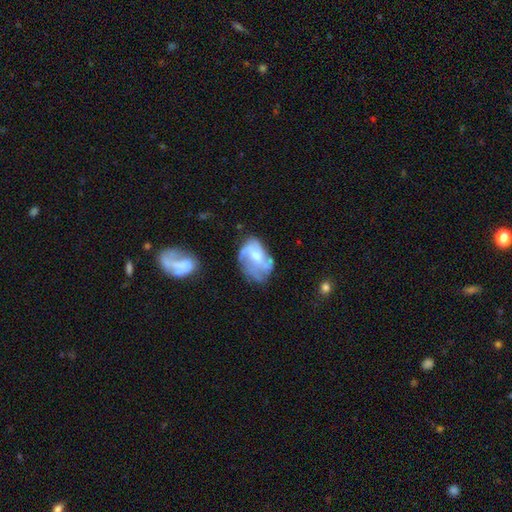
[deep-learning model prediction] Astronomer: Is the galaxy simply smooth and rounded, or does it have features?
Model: featured or disk — 69%.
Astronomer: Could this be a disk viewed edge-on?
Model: no — 97%.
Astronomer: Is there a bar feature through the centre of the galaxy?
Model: no — 45% (runner-up: weak, 43%).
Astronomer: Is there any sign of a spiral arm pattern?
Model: yes — 74%.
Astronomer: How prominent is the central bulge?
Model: moderate — 58%.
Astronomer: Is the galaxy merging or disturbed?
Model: none — 41% (runner-up: minor disturbance, 28%).